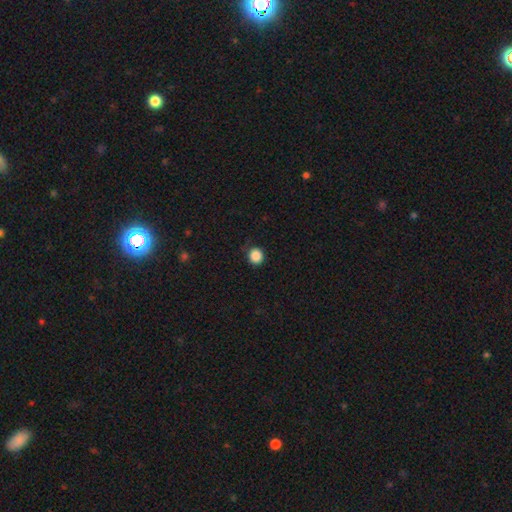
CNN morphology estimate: type=smooth (87%); roundness=round (91%); merging=none (85%).